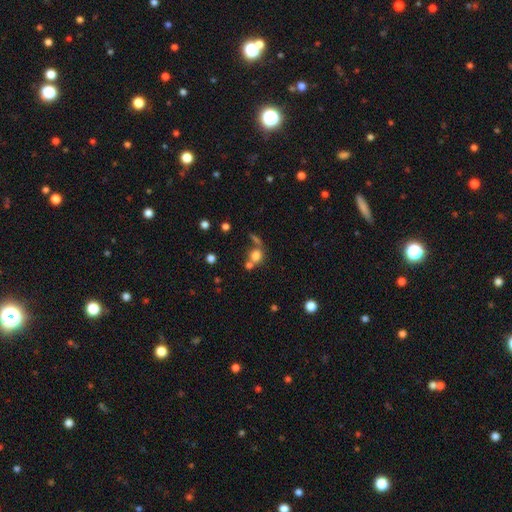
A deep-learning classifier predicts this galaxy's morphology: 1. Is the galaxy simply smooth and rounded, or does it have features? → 75% smooth, 14% star or artifact, 11% featured or disk.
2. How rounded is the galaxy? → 78% round, 21% in between, 2% cigar-shaped.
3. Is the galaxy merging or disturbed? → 45% none, 37% merger, 10% minor disturbance, 8% major disturbance.